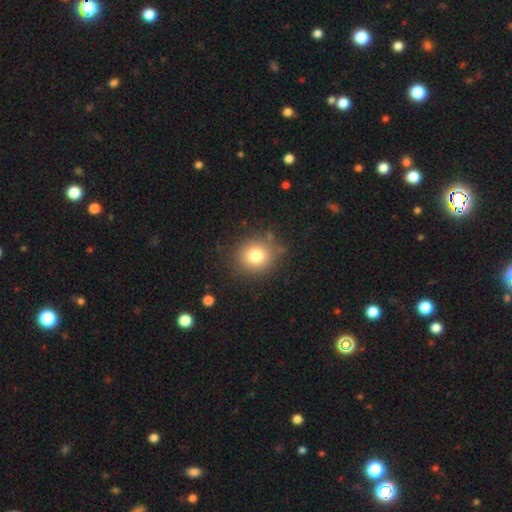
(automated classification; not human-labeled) Q: Smooth or featured?
A: smooth (79%); runner-up: star or artifact (12%)
Q: How rounded?
A: round (81%); runner-up: in between (18%)
Q: Merging?
A: none (83%); runner-up: minor disturbance (11%)